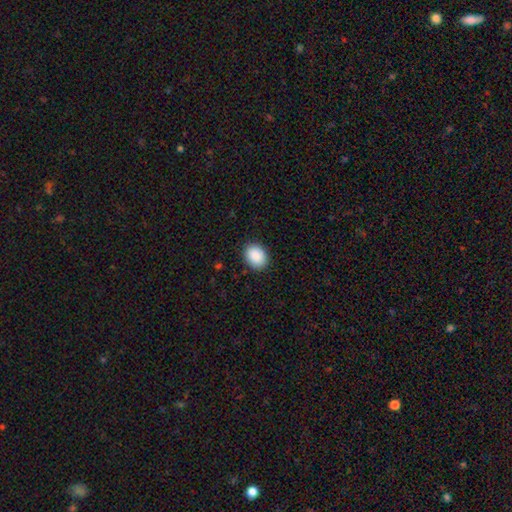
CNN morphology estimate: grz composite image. It shows a smooth galaxy with no disk features (90%) that is in between round and cigar-shaped (60%). Merging: none (89%).